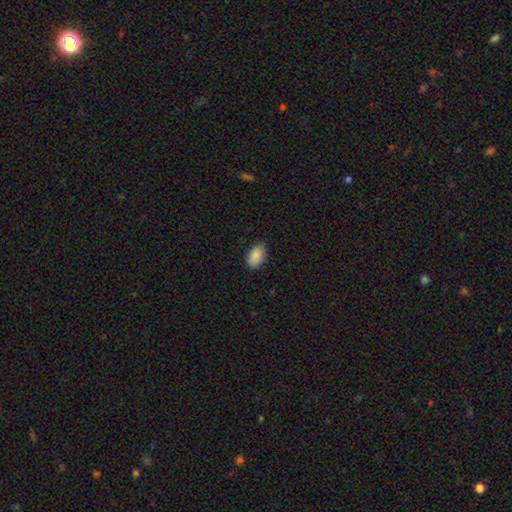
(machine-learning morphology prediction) Q: Smooth or featured?
A: smooth (88%); runner-up: star or artifact (7%)
Q: How rounded?
A: in between (92%); runner-up: round (6%)
Q: Merging?
A: none (82%); runner-up: minor disturbance (15%)